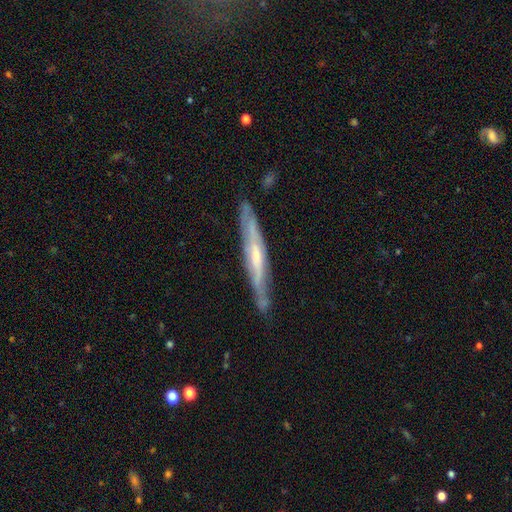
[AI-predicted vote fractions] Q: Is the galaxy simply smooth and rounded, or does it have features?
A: featured or disk — 70%.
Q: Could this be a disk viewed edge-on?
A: yes — 80%.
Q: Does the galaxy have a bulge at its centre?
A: none — 53%.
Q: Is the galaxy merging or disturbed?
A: none — 76%.